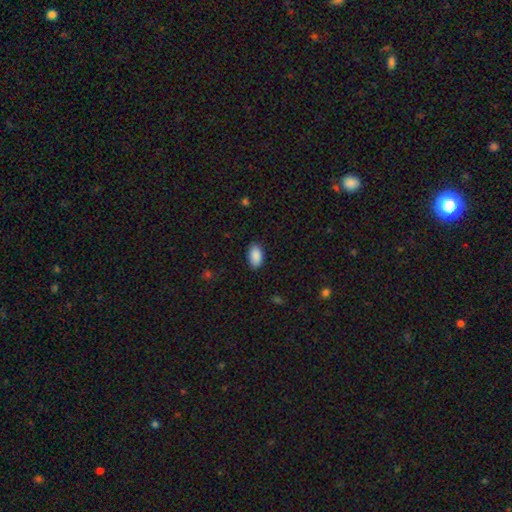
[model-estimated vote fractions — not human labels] smooth 90%, star or artifact 7%, featured or disk 3%. Down the decision tree: how rounded — in between (94%); merging — none (86%).